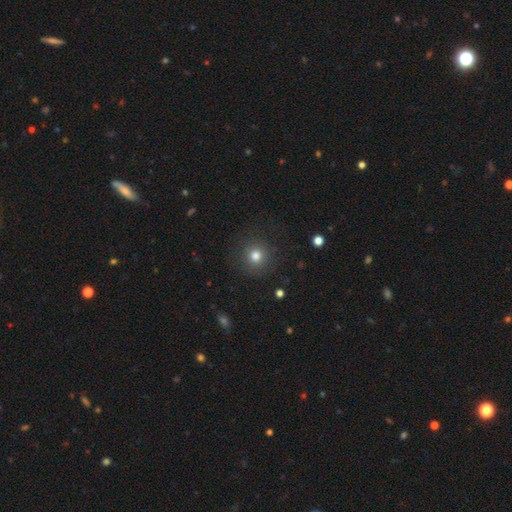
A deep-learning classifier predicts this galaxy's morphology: This appears to be a smooth galaxy with no disk features (79%) that is round (92%). Merging: none (86%).